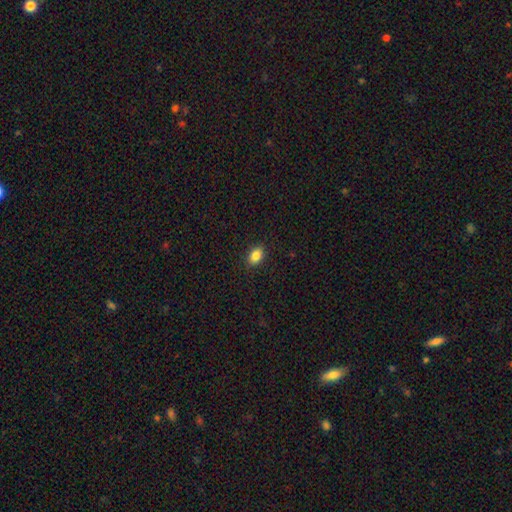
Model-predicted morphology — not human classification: This is clearly a smooth galaxy (85%). How rounded: likely in between (79%). Merging: clearly none (89%).